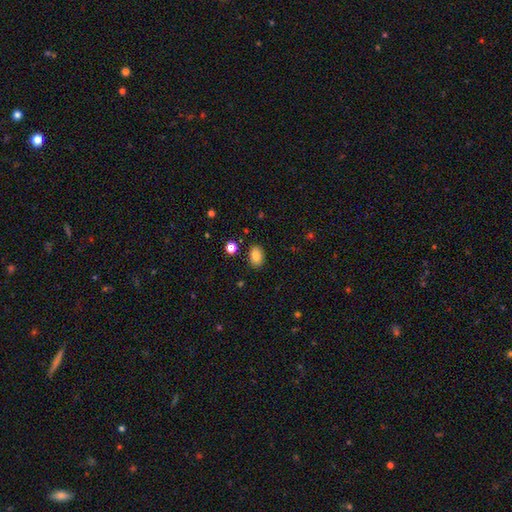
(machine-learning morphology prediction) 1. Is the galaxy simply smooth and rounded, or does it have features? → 84% smooth, 9% star or artifact, 7% featured or disk.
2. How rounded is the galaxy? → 81% in between, 18% round, 1% cigar-shaped.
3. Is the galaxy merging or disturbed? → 87% none, 9% minor disturbance, 2% major disturbance, 2% merger.